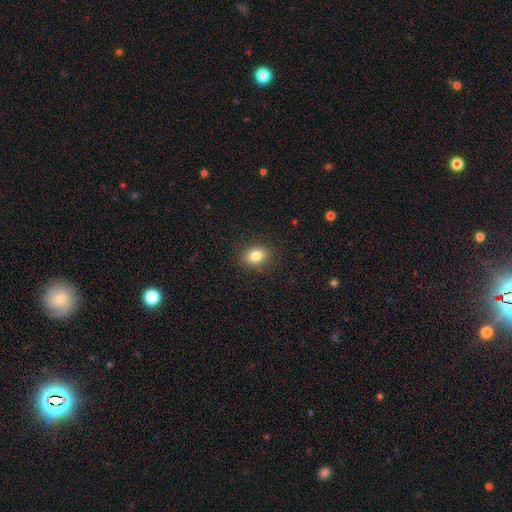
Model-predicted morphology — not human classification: smooth_or_featured: smooth (p=0.83) [alt: star or artifact p=0.10]
how_rounded: in between (p=0.63) [alt: round p=0.36]
merging: none (p=0.87) [alt: minor disturbance p=0.09]